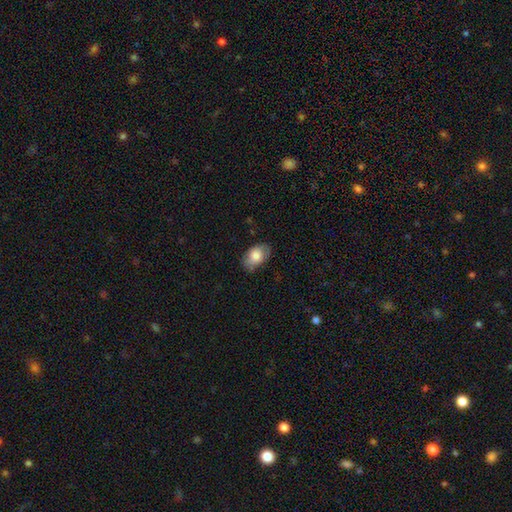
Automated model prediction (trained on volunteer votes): smooth 79%, featured or disk 14%, star or artifact 7%. Down the decision tree: how rounded — in between (89%); merging — none (77%).